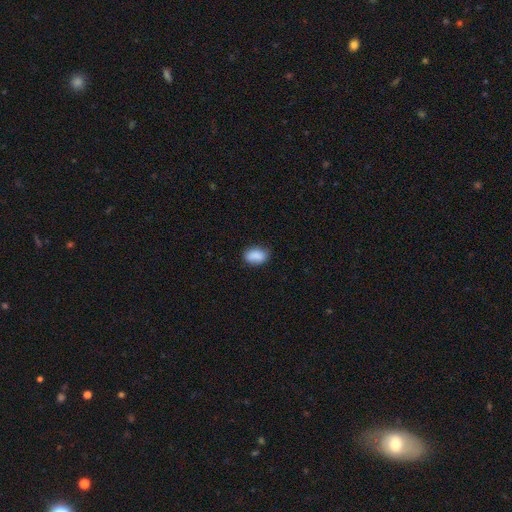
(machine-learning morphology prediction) Smooth or featured: smooth — 87% (star or artifact — 8%)
How rounded: in between — 83% (round — 15%)
Merging: none — 75% (minor disturbance — 19%)